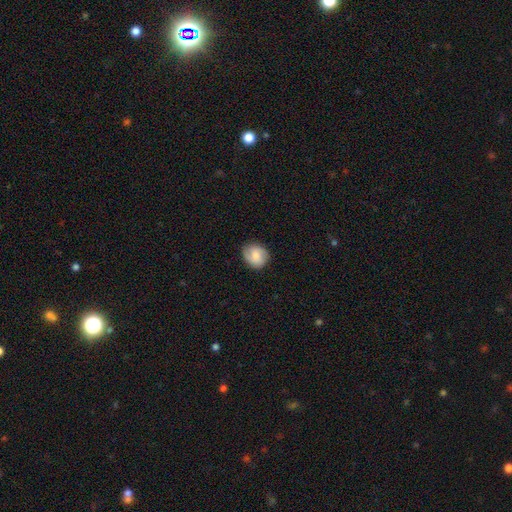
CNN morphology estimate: smooth-or-featured: smooth: 66% | featured or disk: 26% | star or artifact: 8%
  how-rounded: round: 73% | in between: 26% | cigar-shaped: 1%
  merging: none: 80% | minor disturbance: 16% | major disturbance: 4% | merger: 1%